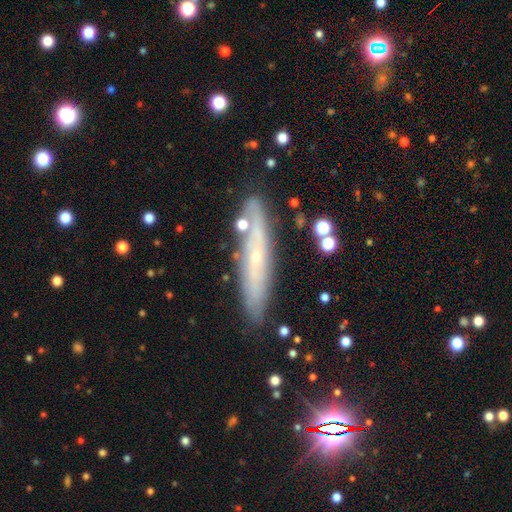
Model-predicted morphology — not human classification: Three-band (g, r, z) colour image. It shows a featured or disk galaxy (62%) viewed edge-on (66%). Merging: none (83%).